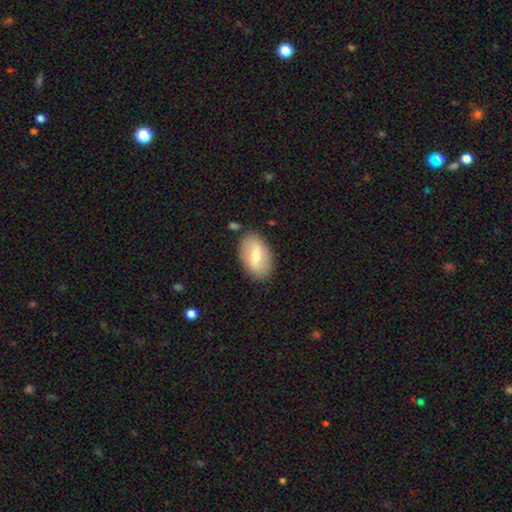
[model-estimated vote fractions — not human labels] smooth 59%, featured or disk 35%, star or artifact 6%. Down the decision tree: how rounded — in between (90%); merging — none (84%).